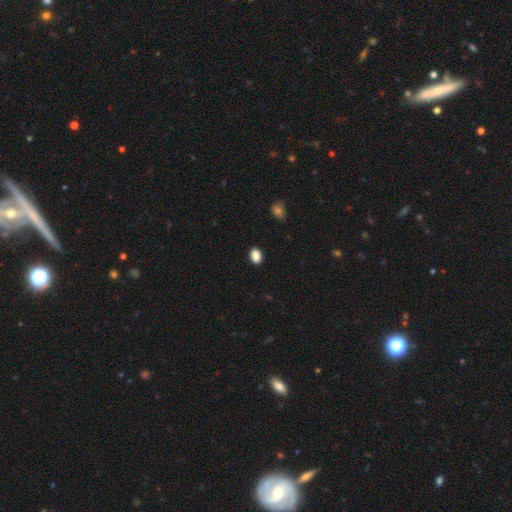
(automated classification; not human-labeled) smooth_or_featured: smooth (p=0.89) [alt: star or artifact p=0.08]
how_rounded: in between (p=0.82) [alt: round p=0.17]
merging: none (p=0.89) [alt: minor disturbance p=0.08]